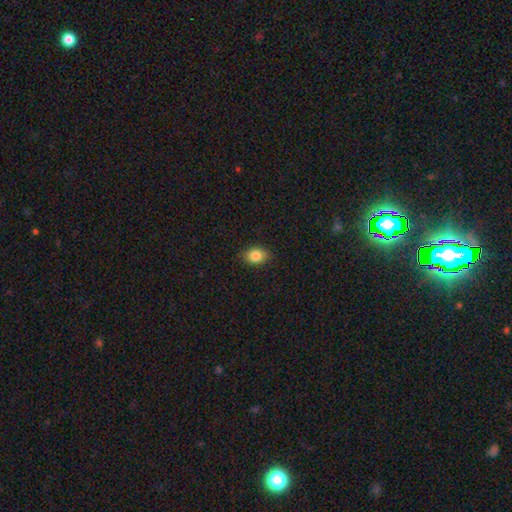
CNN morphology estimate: This is clearly a smooth galaxy (84%). How rounded: likely in between (67%). Merging: clearly none (86%).